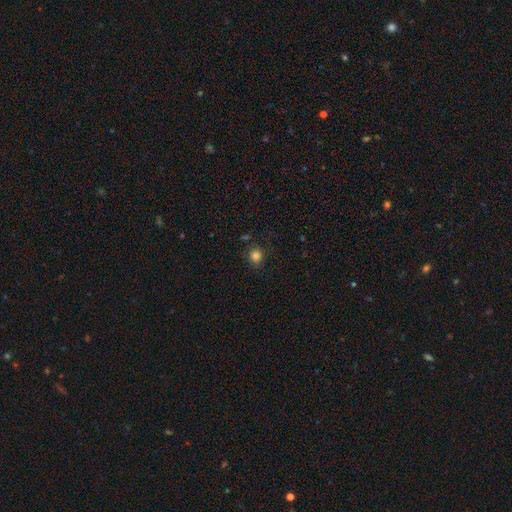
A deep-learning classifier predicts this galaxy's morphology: Smooth or featured?
  - smooth: 82% *
  - star or artifact: 13%
  - featured or disk: 5%
How rounded?
  - round: 84% *
  - in between: 15%
  - cigar-shaped: 1%
Merging?
  - none: 81% *
  - minor disturbance: 13%
  - major disturbance: 4%
  - merger: 2%